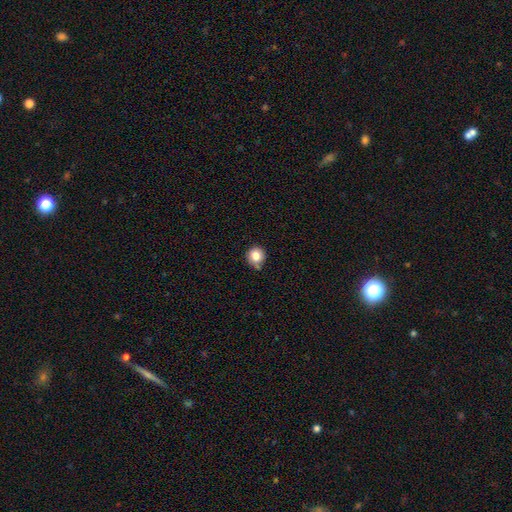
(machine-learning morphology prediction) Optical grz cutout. It shows a smooth galaxy with no disk features (82%) that is round (92%). Merging: none (70%).